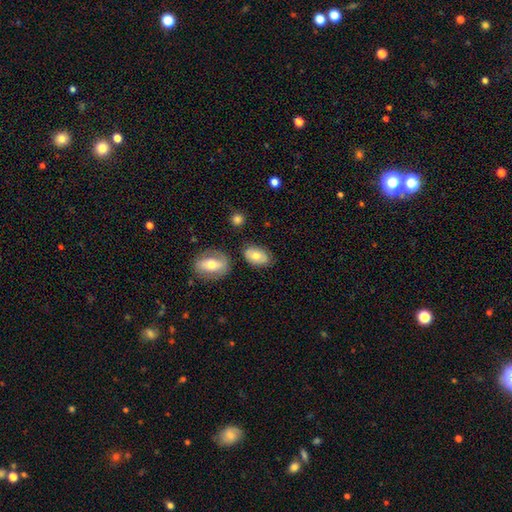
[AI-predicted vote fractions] Smooth or featured: smooth — 69% (featured or disk — 24%)
How rounded: in between — 89% (round — 10%)
Merging: none — 72% (minor disturbance — 17%)